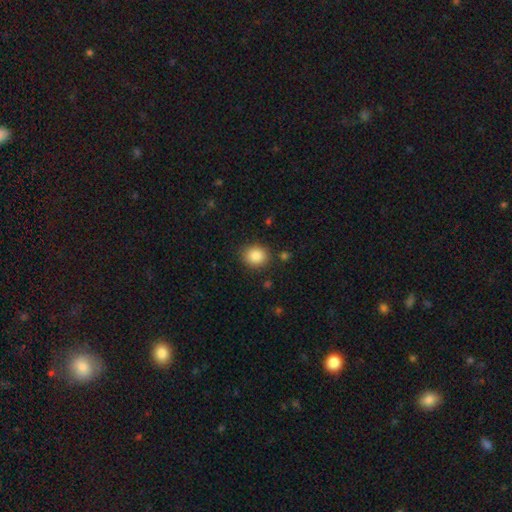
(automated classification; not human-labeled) Smooth or featured: smooth — 86% (star or artifact — 9%)
How rounded: round — 73% (in between — 26%)
Merging: none — 86% (minor disturbance — 9%)